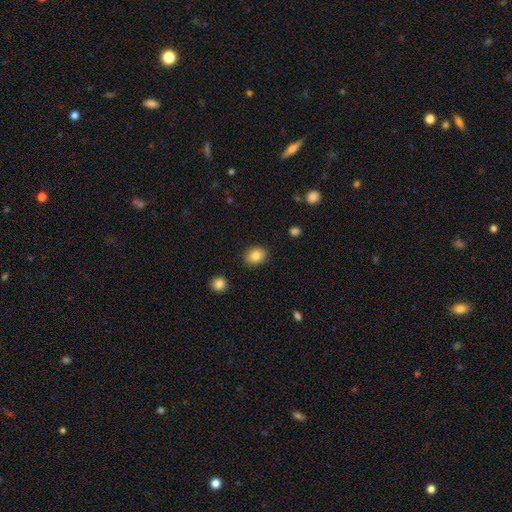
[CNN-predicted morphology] This appears to be a smooth galaxy with no disk features (84%) that is round (50%). Merging: none (88%).